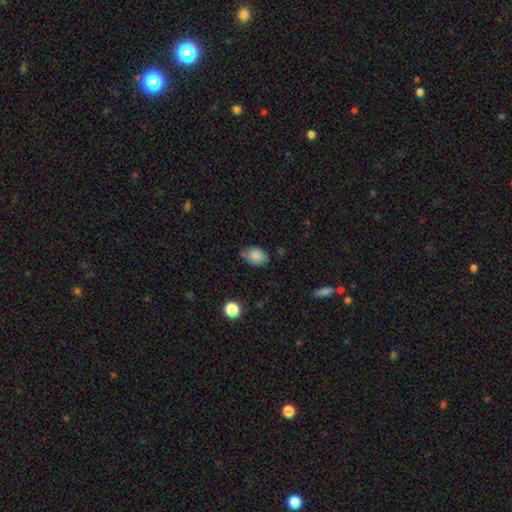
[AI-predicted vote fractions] A smooth galaxy with no disk features (84%) that is in between round and cigar-shaped (78%).

Vote fractions:
- Smooth or featured? smooth: 84% / star or artifact: 9% / featured or disk: 7%
- How rounded? in between: 78% / round: 21% / cigar-shaped: 1%
- Merging? none: 61% / minor disturbance: 29% / major disturbance: 6% / merger: 4%